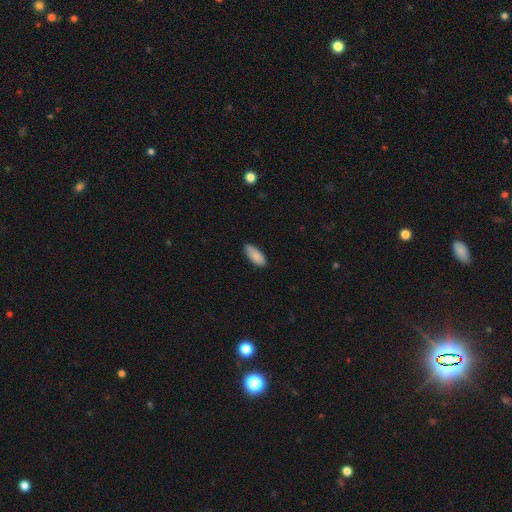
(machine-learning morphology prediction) type=smooth (88%); roundness=in between (83%); merging=none (83%).